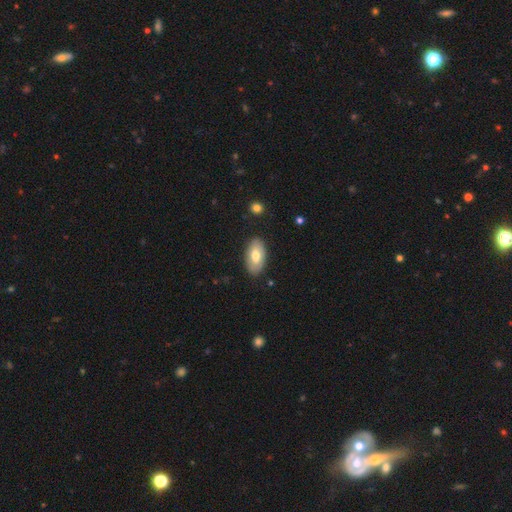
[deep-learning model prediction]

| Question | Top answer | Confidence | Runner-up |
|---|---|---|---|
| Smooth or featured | smooth | 67% | featured or disk (28%) |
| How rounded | in between | 95% | round (3%) |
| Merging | none | 85% | minor disturbance (11%) |